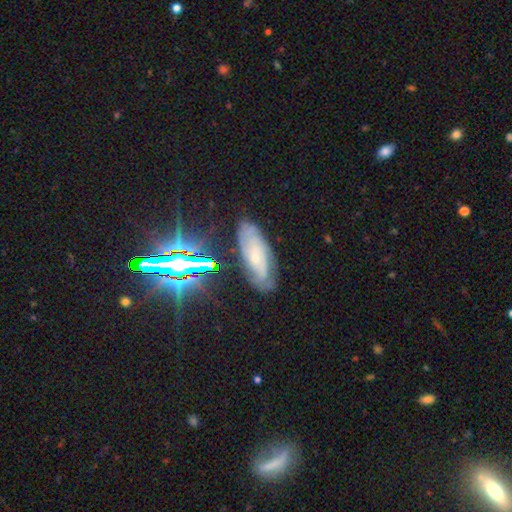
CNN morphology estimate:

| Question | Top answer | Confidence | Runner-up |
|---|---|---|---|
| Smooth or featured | featured or disk | 56% | smooth (26%) |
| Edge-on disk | no | 81% | yes (19%) |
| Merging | none | 77% | minor disturbance (17%) |